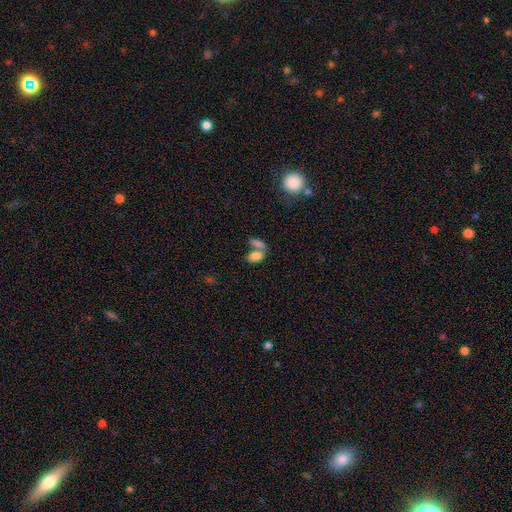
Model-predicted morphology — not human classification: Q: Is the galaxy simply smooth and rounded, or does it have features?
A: smooth — 82%.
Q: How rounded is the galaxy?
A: in between — 89%.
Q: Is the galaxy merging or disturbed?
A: merger — 51%.